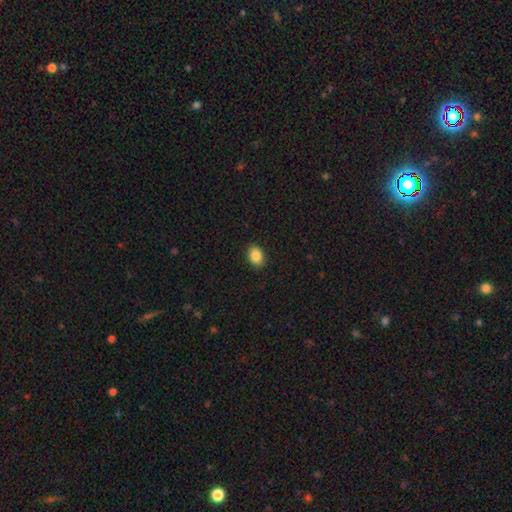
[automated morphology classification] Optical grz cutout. It shows a smooth galaxy with no disk features (87%) that is in between round and cigar-shaped (74%). Merging: none (90%).